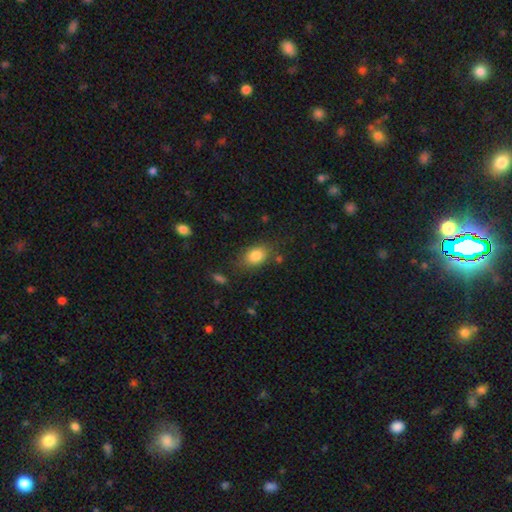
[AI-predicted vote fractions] Smooth or featured: smooth — 84% (star or artifact — 8%)
How rounded: in between — 81% (round — 17%)
Merging: none — 75% (minor disturbance — 16%)